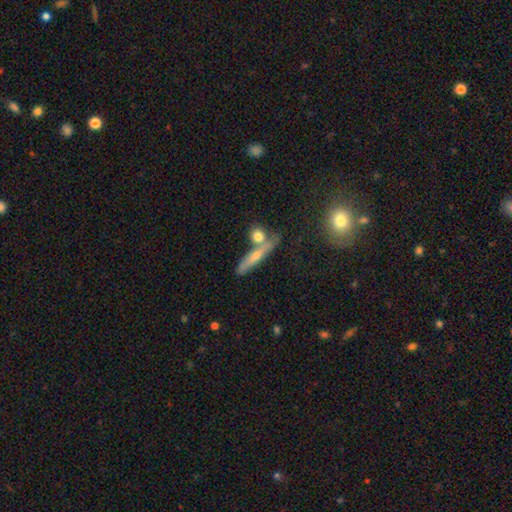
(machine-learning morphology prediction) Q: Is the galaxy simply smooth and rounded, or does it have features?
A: smooth — 47%.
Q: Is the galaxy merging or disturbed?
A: none — 61%.